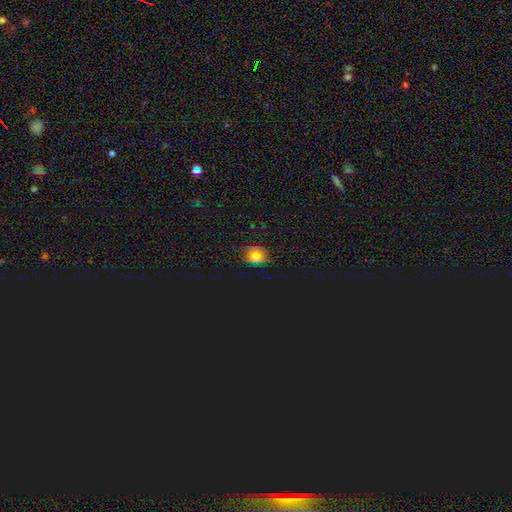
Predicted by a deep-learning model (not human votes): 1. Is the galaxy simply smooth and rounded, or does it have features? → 54% star or artifact, 37% smooth, 9% featured or disk.